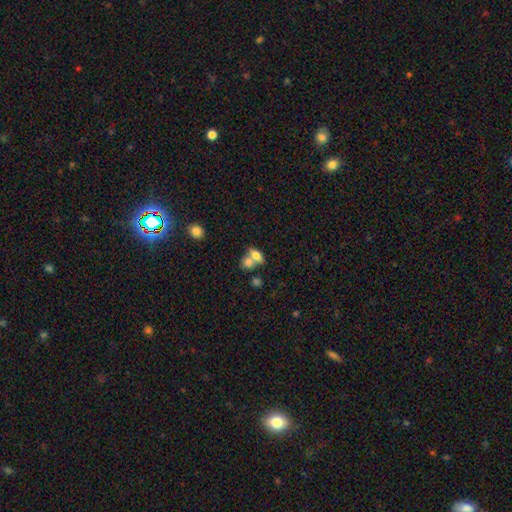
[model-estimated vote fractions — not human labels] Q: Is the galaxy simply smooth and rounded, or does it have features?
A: smooth — 74%.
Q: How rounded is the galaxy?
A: in between — 78%.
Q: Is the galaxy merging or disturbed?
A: merger — 58%.